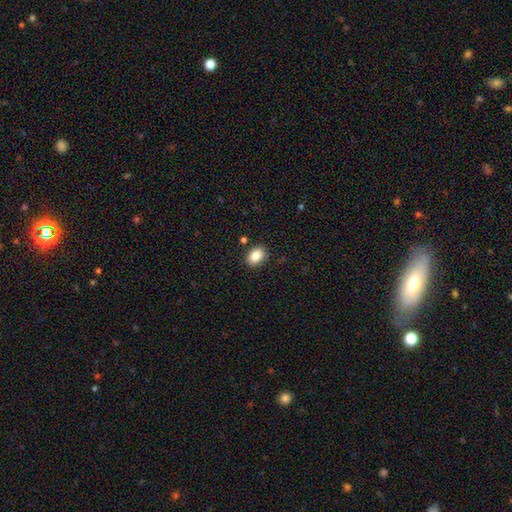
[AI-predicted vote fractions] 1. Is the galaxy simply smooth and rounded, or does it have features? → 86% smooth, 8% star or artifact, 6% featured or disk.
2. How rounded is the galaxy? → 80% in between, 19% round, 1% cigar-shaped.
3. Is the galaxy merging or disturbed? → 86% none, 10% minor disturbance, 3% merger, 2% major disturbance.